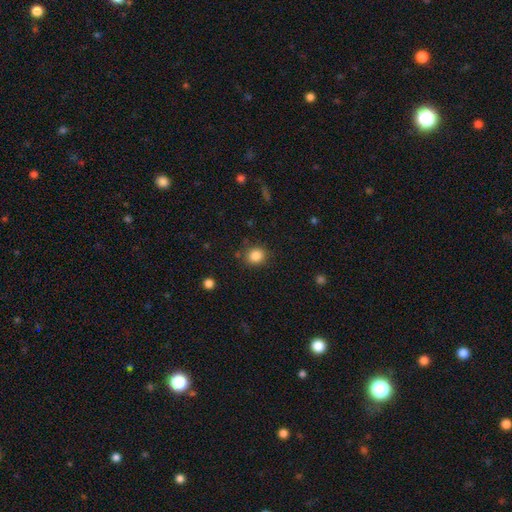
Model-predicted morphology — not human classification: This appears to be a smooth galaxy with no disk features (85%) that is round (76%). Merging: none (84%).